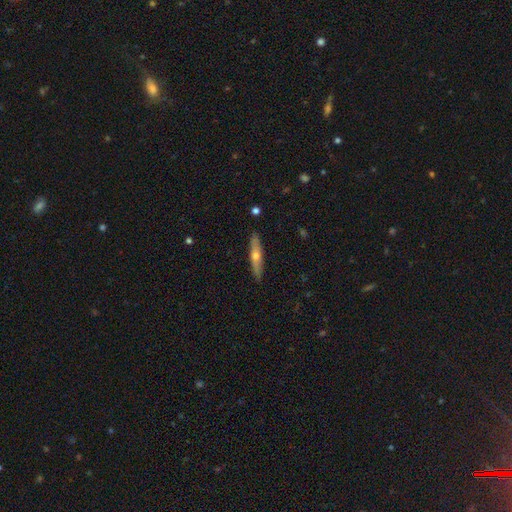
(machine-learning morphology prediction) smooth-or-featured: featured or disk: 50% | smooth: 44% | star or artifact: 6%
  merging: none: 90% | minor disturbance: 7% | major disturbance: 2% | merger: 1%